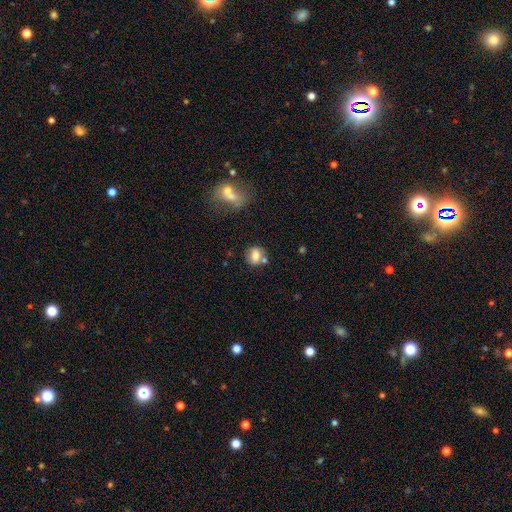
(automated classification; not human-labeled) This is likely a smooth galaxy (69%). How rounded: possibly round (57%). Merging: likely none (61%).